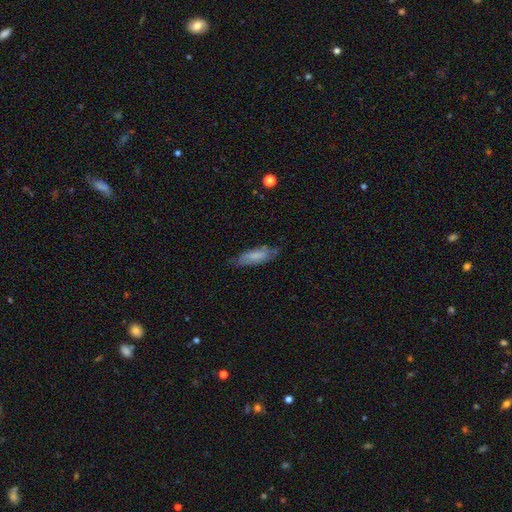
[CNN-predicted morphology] Smooth or featured? Predicted: smooth (p=0.71). How rounded? Predicted: in between (p=0.56). Merging? Predicted: none (p=0.68).